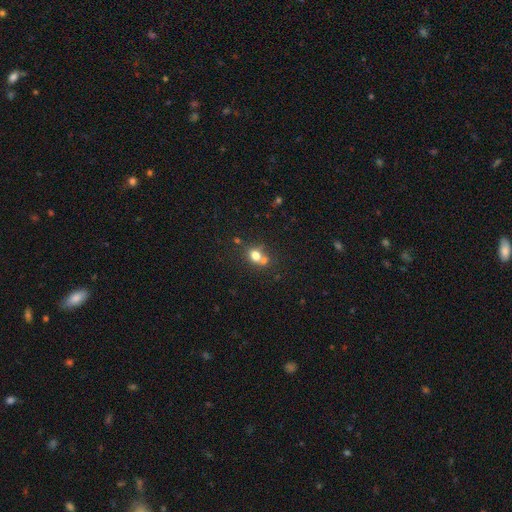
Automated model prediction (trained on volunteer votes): Smooth or featured? Predicted: smooth (p=0.72). How rounded? Predicted: round (p=0.63). Merging? Predicted: none (p=0.46).